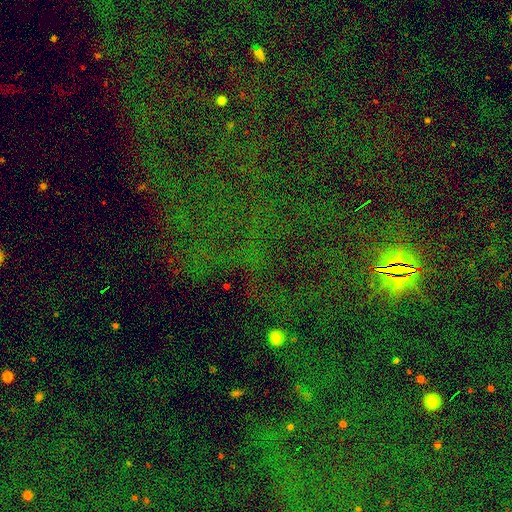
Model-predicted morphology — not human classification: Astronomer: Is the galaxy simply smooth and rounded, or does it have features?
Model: star or artifact — 81%.